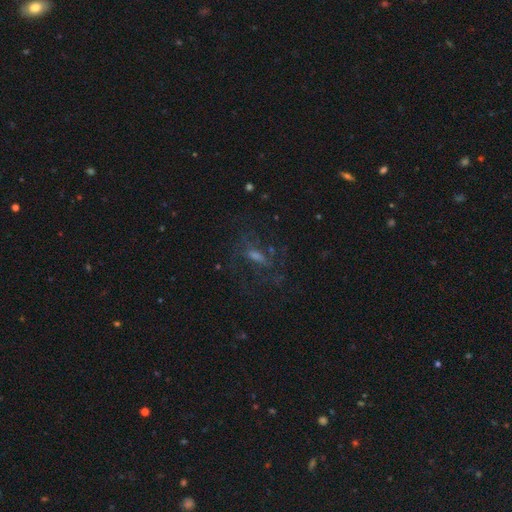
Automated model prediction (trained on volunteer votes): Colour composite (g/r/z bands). It shows a featured or disk galaxy (52%). Merging: none (60%).